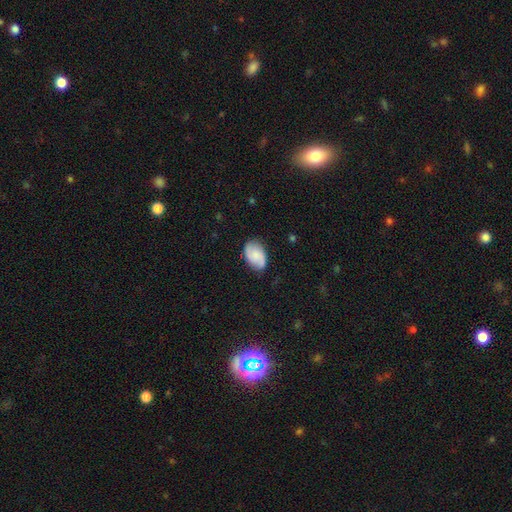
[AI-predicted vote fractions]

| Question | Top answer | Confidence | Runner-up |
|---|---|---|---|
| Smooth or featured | featured or disk | 50% | smooth (42%) |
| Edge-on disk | no | 97% | yes (3%) |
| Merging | none | 77% | minor disturbance (18%) |